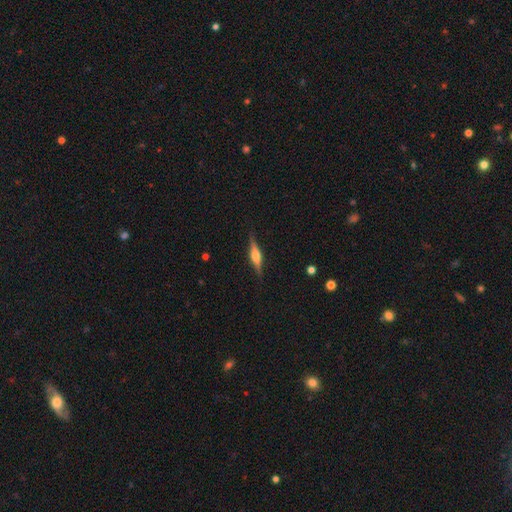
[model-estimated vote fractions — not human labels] Overall: featured or disk (70%). Edge-on disk: yes (97%). Edge-on bulge: rounded (84%). Merging: none (88%).